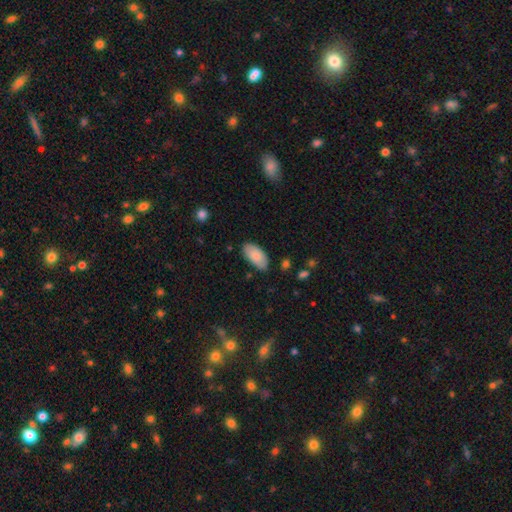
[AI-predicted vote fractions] Smooth or featured? Predicted: smooth (p=0.84). How rounded? Predicted: in between (p=0.95). Merging? Predicted: none (p=0.82).